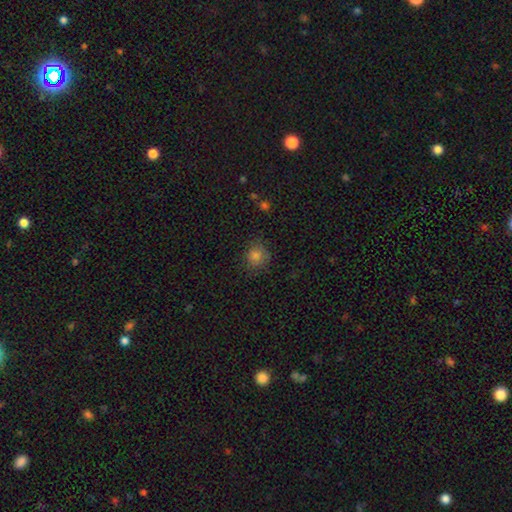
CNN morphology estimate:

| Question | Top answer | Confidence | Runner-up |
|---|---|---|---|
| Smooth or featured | smooth | 77% | star or artifact (16%) |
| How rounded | round | 84% | in between (15%) |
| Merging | none | 79% | minor disturbance (16%) |